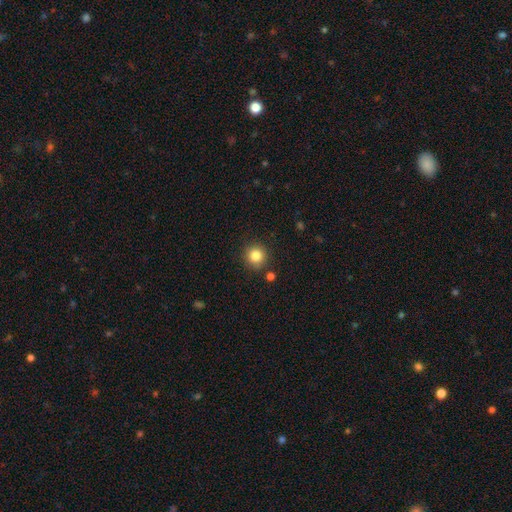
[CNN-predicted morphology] Overall: smooth (83%). How rounded: round (93%). Merging: none (87%).